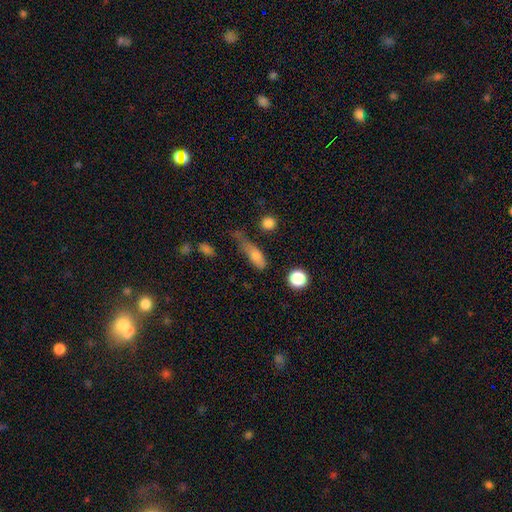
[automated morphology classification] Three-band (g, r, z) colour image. It shows a smooth galaxy with no disk features (73%) that is in between round and cigar-shaped (52%). Merging: none (33%, tied with minor disturbance).